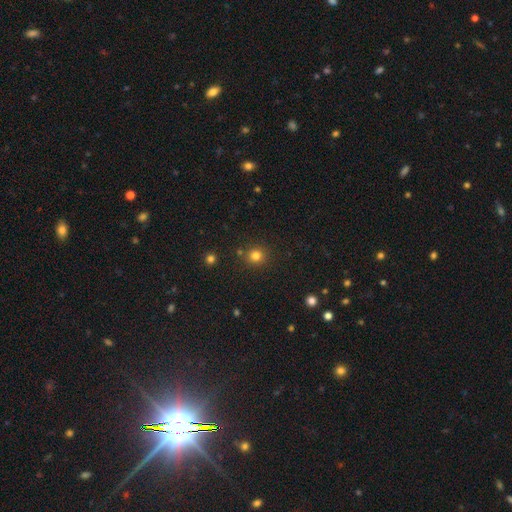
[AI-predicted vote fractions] A smooth galaxy with no disk features (80%) that is round (89%). Merging: none (84%).